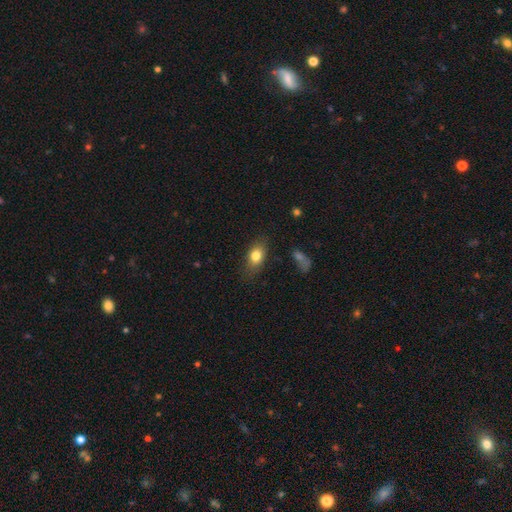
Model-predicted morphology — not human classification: smooth-or-featured: smooth: 78% | featured or disk: 14% | star or artifact: 8%
  how-rounded: in between: 81% | round: 14% | cigar-shaped: 5%
  merging: none: 78% | minor disturbance: 15% | major disturbance: 4% | merger: 2%